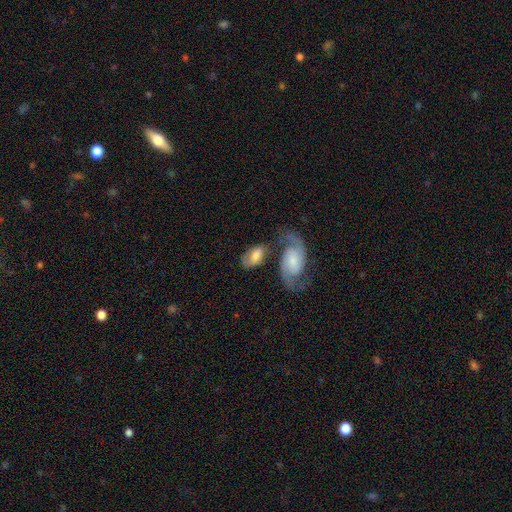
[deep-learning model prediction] Smooth or featured: smooth — 51% (featured or disk — 42%)
How rounded: in between — 92% (round — 6%)
Merging: none — 41% (merger — 32%)